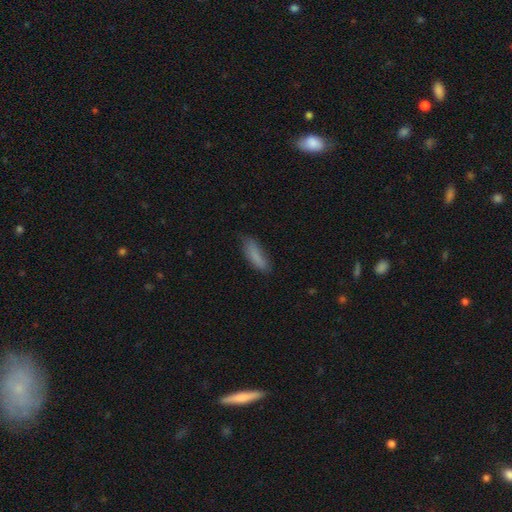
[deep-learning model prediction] Q: Smooth or featured?
A: smooth (84%); runner-up: featured or disk (9%)
Q: How rounded?
A: cigar-shaped (53%); runner-up: in between (46%)
Q: Merging?
A: none (69%); runner-up: minor disturbance (24%)